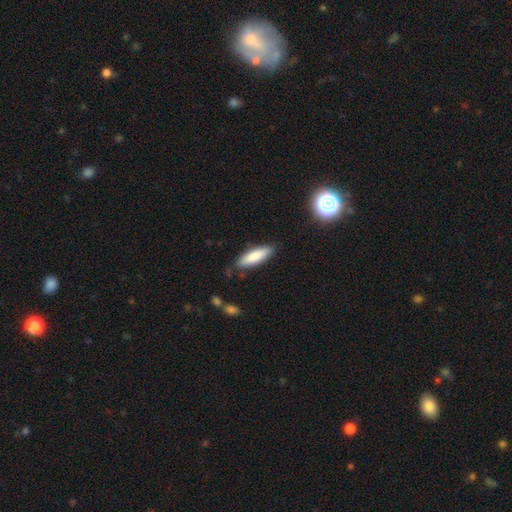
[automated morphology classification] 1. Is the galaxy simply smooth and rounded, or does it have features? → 82% smooth, 12% featured or disk, 6% star or artifact.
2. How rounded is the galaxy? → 54% cigar-shaped, 44% in between, 2% round.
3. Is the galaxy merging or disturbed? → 82% none, 13% minor disturbance, 3% major disturbance, 2% merger.